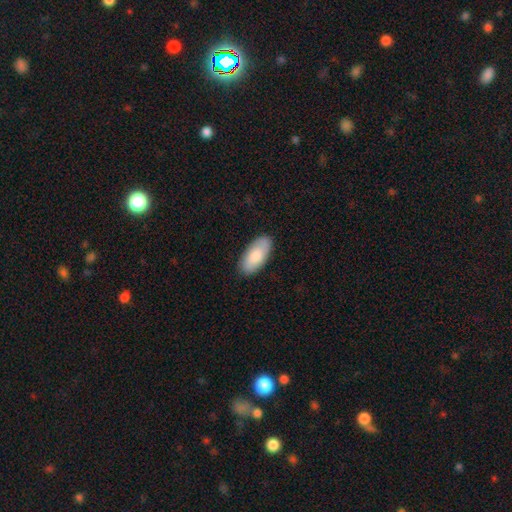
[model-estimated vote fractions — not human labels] smooth 83%, featured or disk 12%, star or artifact 5%. Down the decision tree: how rounded — in between (92%); merging — none (88%).